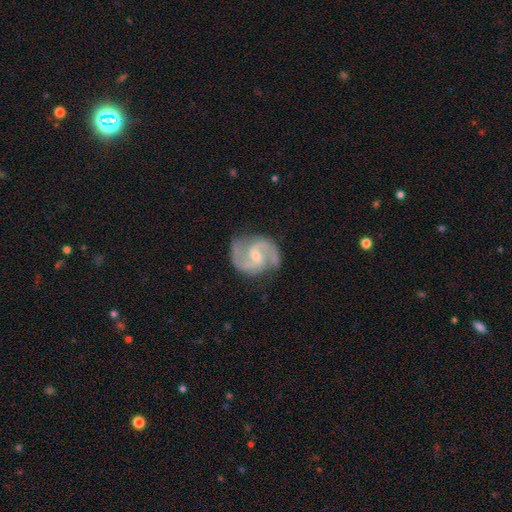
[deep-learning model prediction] Smooth or featured: featured or disk — 92% (smooth — 4%)
Edge-on disk: no — 98% (yes — 2%)
Bar: weak — 49% (no — 36%)
Spiral arms: yes — 98% (no — 2%)
Spiral winding: medium — 64% (tight — 20%)
Spiral arm count: 2 — 92% (3 — 2%)
Bulge size: small — 64% (moderate — 32%)
Merging: none — 78% (minor disturbance — 16%)